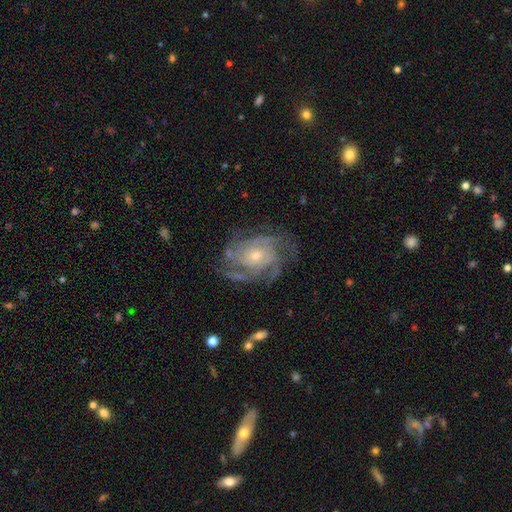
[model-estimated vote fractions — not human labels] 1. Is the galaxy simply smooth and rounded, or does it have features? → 88% featured or disk, 6% smooth, 6% star or artifact.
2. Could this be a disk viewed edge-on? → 97% no, 3% yes.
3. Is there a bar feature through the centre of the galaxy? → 77% no, 19% weak, 4% strong.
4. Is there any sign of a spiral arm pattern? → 96% yes, 4% no.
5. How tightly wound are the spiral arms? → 57% tight, 35% medium, 8% loose.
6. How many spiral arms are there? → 27% 4, 26% 3, 20% can't tell, 12% 2, 8% more than 4, 6% 1.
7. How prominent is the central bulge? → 65% small, 31% moderate, 2% large, 1% none, 1% dominant.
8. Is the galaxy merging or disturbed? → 71% none, 17% minor disturbance, 11% major disturbance, 2% merger.